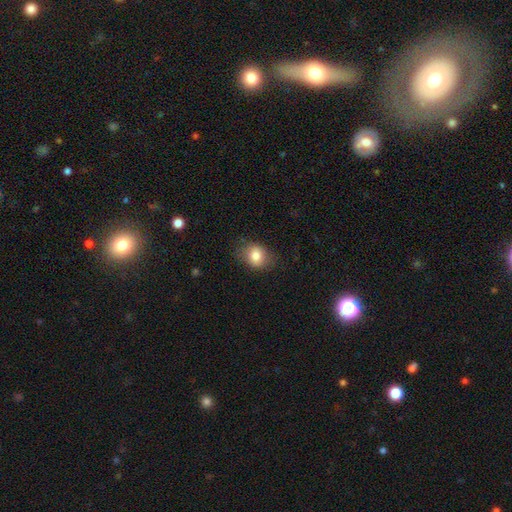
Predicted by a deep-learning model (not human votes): A smooth galaxy with no disk features (82%) that is in between round and cigar-shaped (53%). Merging: none (77%).